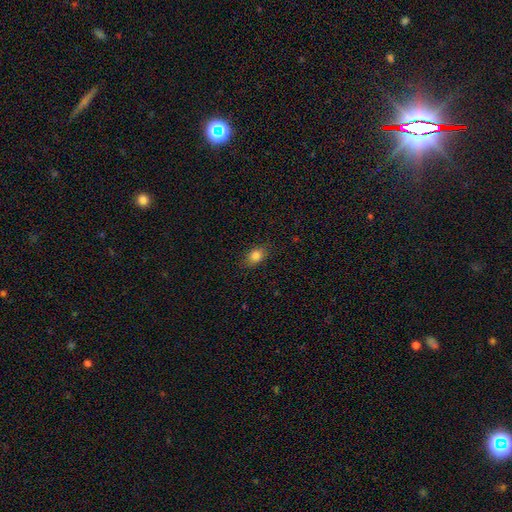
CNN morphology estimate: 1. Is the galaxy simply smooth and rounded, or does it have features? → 83% smooth, 10% star or artifact, 8% featured or disk.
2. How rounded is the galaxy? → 76% in between, 22% round, 2% cigar-shaped.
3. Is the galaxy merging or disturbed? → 85% none, 11% minor disturbance, 3% major disturbance, 1% merger.